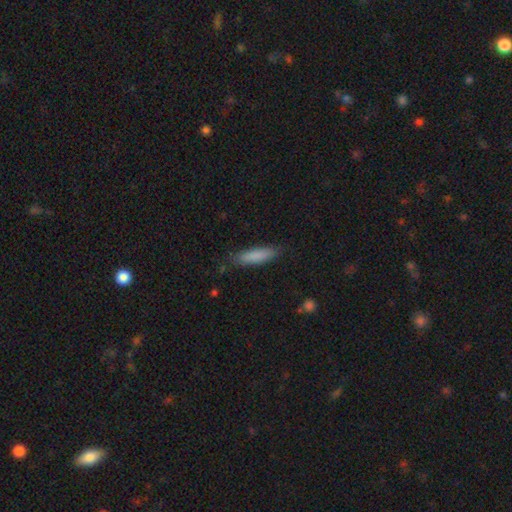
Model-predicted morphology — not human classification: Q: Smooth or featured?
A: smooth (84%); runner-up: featured or disk (9%)
Q: How rounded?
A: cigar-shaped (71%); runner-up: in between (27%)
Q: Merging?
A: none (84%); runner-up: minor disturbance (12%)